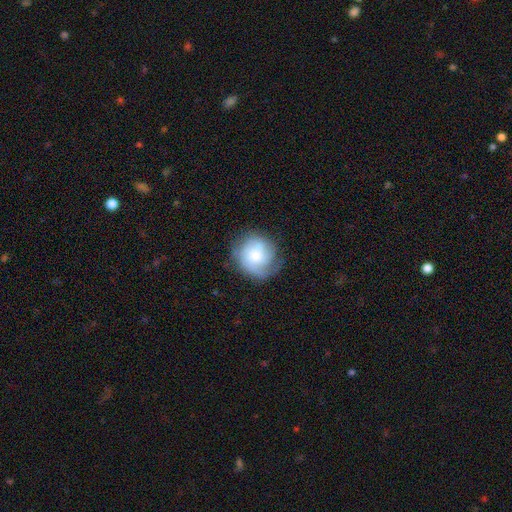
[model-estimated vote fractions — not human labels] Smooth or featured: featured or disk — 50% (smooth — 42%)
Merging: none — 65% (minor disturbance — 22%)